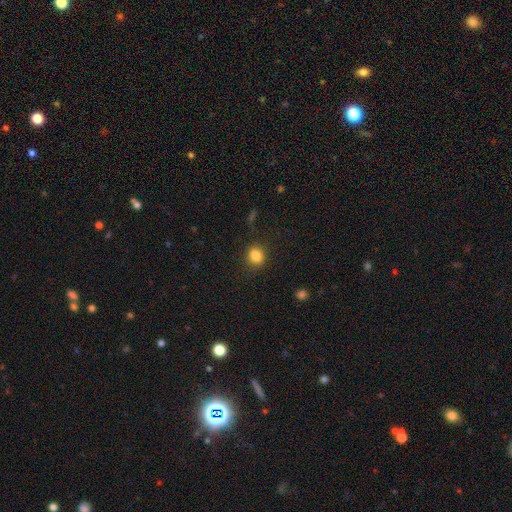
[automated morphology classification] type=smooth (84%); roundness=round (61%); merging=none (86%).